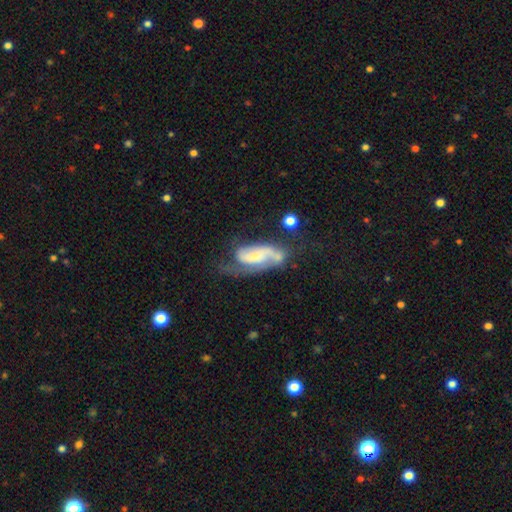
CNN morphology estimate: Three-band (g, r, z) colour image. It shows a featured or disk galaxy (77%) with no bar (52%), 2 (68%) medium (44%) spiral arms (91%) and a small central bulge (61%). Merging: none (43%).